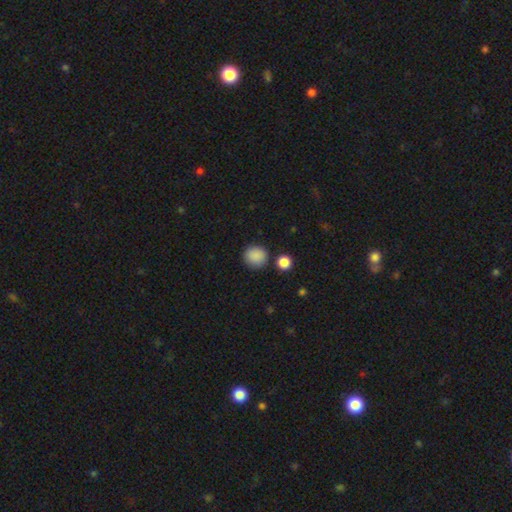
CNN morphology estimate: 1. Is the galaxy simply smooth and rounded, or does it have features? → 88% smooth, 9% star or artifact, 3% featured or disk.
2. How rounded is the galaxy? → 91% round, 8% in between, 1% cigar-shaped.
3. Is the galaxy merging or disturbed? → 83% none, 9% minor disturbance, 5% merger, 3% major disturbance.